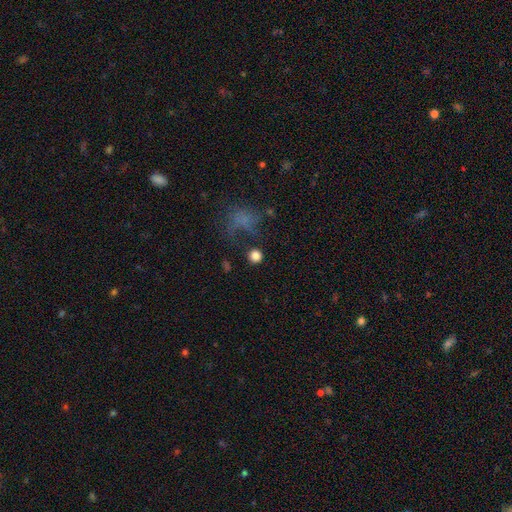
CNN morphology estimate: Smooth or featured: smooth — 83% (star or artifact — 12%)
How rounded: round — 91% (in between — 8%)
Merging: none — 78% (minor disturbance — 10%)